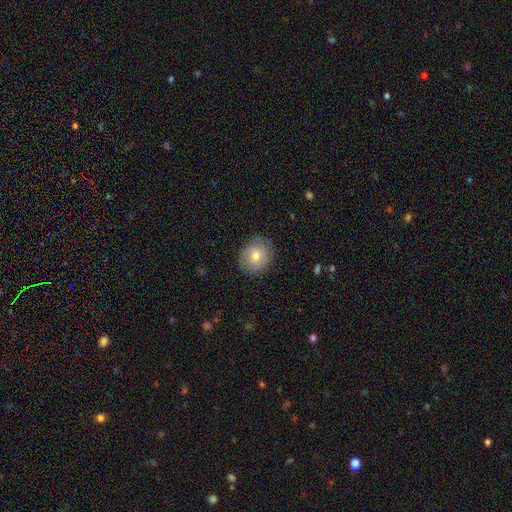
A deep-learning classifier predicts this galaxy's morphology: smooth 68%, featured or disk 24%, star or artifact 9%. Down the decision tree: how rounded — round (71%); merging — none (82%).